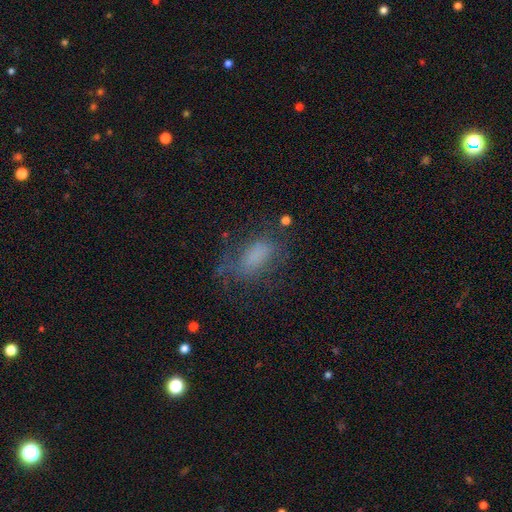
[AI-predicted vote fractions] Smooth or featured?
  - smooth: 65% *
  - featured or disk: 22%
  - star or artifact: 13%
How rounded?
  - in between: 87% *
  - round: 7%
  - cigar-shaped: 7%
Merging?
  - none: 54% *
  - minor disturbance: 23%
  - major disturbance: 20%
  - merger: 2%